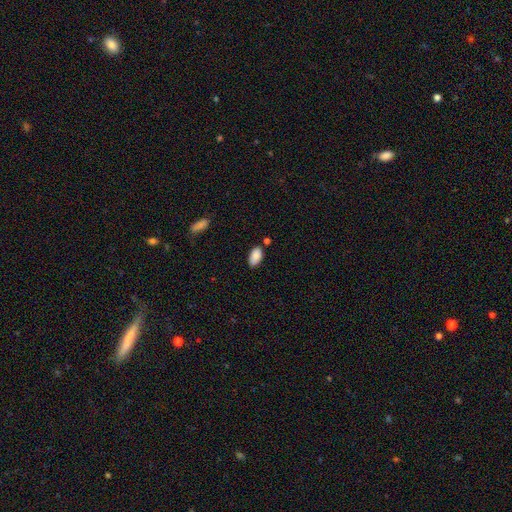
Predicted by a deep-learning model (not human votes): Smooth or featured? Predicted: smooth (p=0.87). How rounded? Predicted: in between (p=0.94). Merging? Predicted: none (p=0.74).